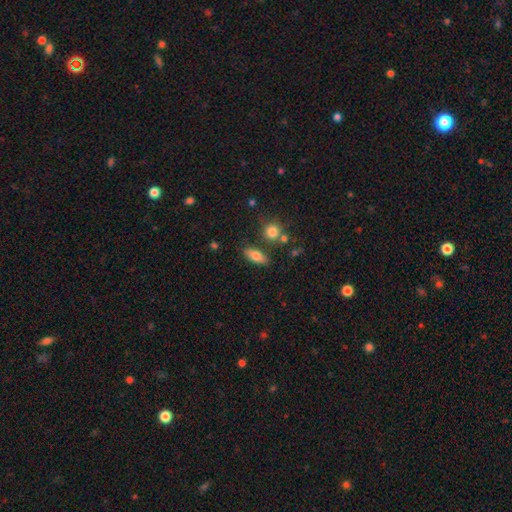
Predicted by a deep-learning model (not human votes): Smooth or featured? Predicted: smooth (p=0.77). How rounded? Predicted: in between (p=0.75). Merging? Predicted: none (p=0.77).